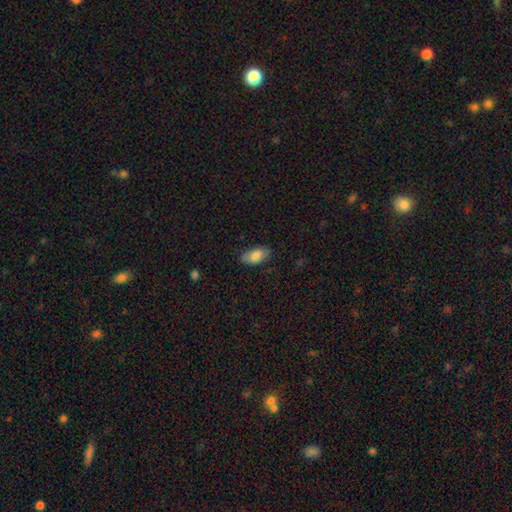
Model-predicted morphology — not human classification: This appears to be a smooth galaxy with no disk features (84%) that is in between round and cigar-shaped (93%). Merging: none (80%).